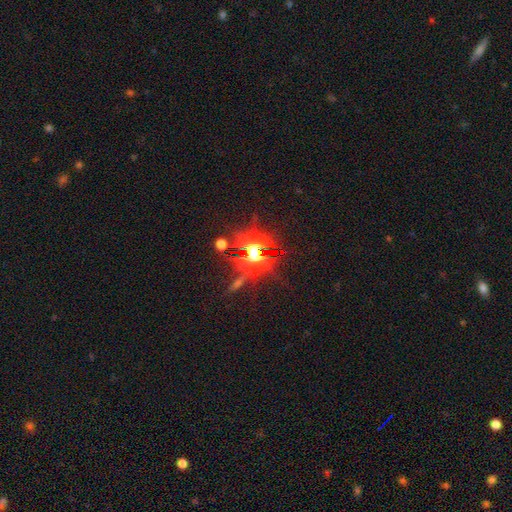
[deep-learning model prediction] Smooth or featured? star or artifact (72%)